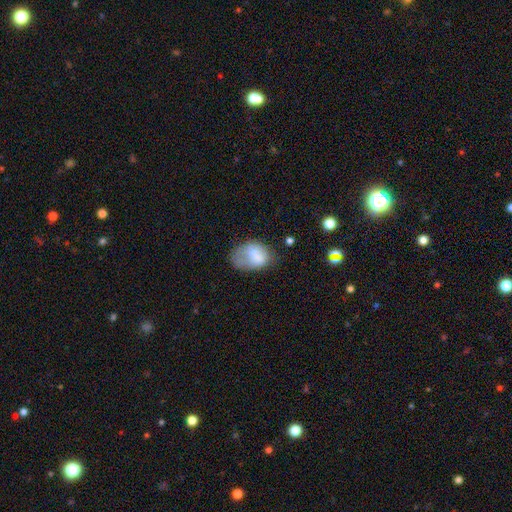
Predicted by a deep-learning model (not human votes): Overall: smooth (72%). How rounded: in between (80%). Merging: none (35%; minor disturbance 32%).